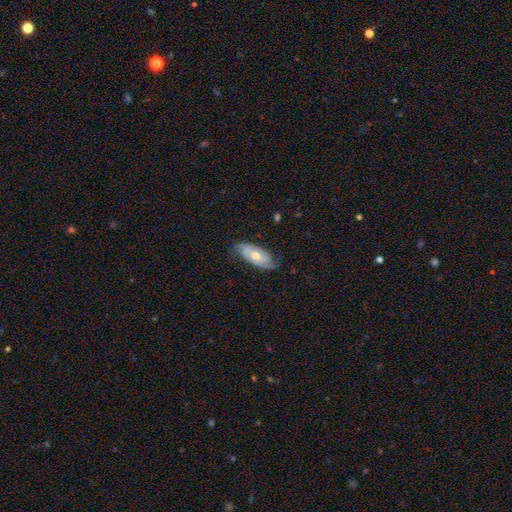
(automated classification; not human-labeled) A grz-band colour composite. It shows a featured or disk galaxy (55%). Merging: none (69%).